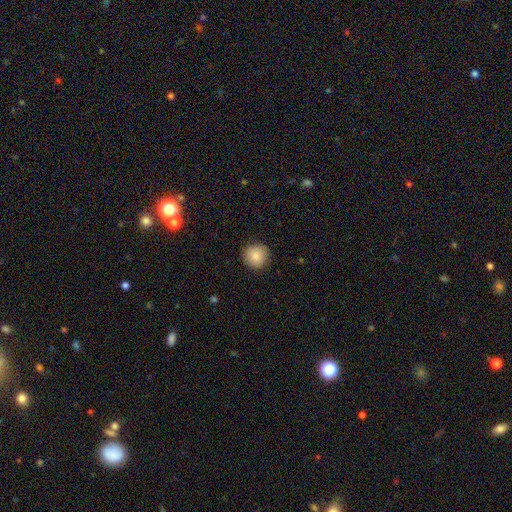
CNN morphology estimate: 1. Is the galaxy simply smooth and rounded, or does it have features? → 84% smooth, 8% star or artifact, 8% featured or disk.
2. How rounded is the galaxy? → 94% round, 5% in between, 1% cigar-shaped.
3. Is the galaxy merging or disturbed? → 88% none, 8% minor disturbance, 2% major disturbance, 1% merger.